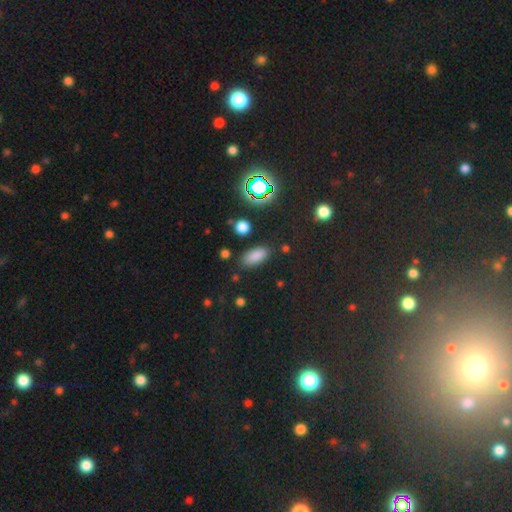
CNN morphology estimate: Smooth or featured? Predicted: smooth (p=0.79). How rounded? Predicted: in between (p=0.83). Merging? Predicted: none (p=0.82).